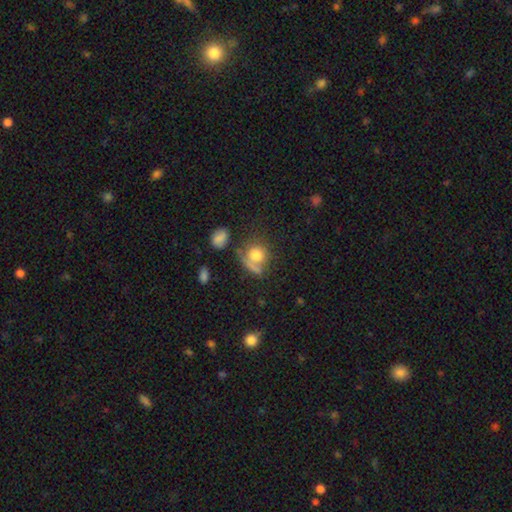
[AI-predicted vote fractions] Smooth or featured: smooth — 72% (featured or disk — 16%)
How rounded: round — 79% (in between — 20%)
Merging: none — 48% (minor disturbance — 18%)